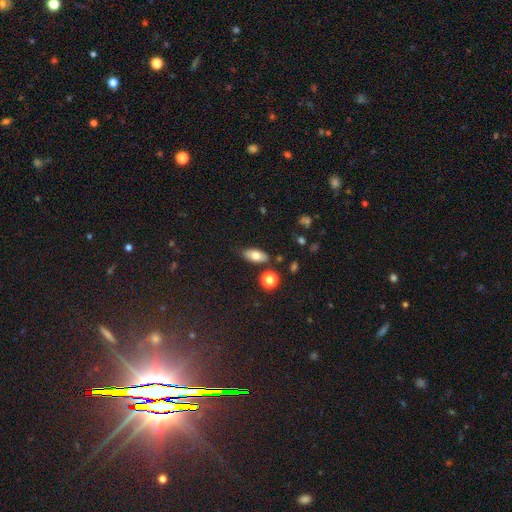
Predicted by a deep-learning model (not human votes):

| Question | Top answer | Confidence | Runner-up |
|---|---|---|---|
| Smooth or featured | smooth | 73% | featured or disk (18%) |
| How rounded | in between | 86% | cigar-shaped (9%) |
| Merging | none | 79% | minor disturbance (13%) |